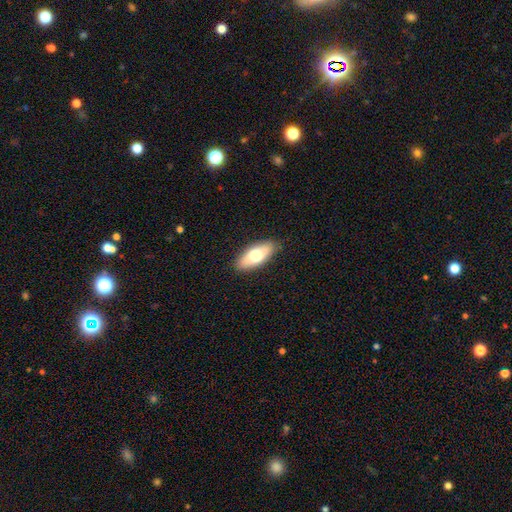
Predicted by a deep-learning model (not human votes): smooth_or_featured: smooth (p=0.71) [alt: featured or disk p=0.23]
how_rounded: in between (p=0.80) [alt: cigar-shaped p=0.17]
merging: none (p=0.88) [alt: minor disturbance p=0.09]